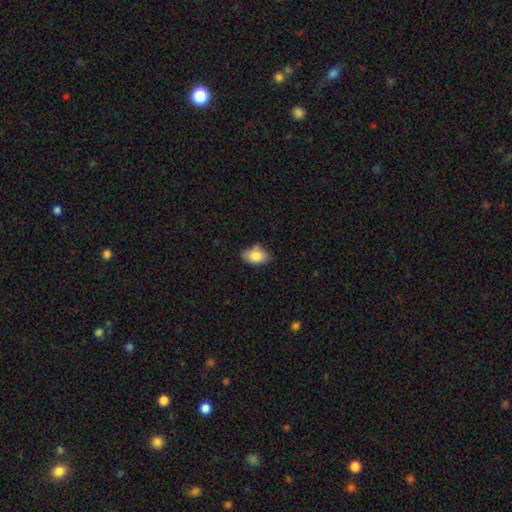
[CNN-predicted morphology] A smooth galaxy with no disk features (84%) that is in between round and cigar-shaped (89%).

Vote fractions:
- Smooth or featured? smooth: 84% / featured or disk: 9% / star or artifact: 8%
- How rounded? in between: 89% / round: 10% / cigar-shaped: 2%
- Merging? none: 69% / minor disturbance: 24% / major disturbance: 4% / merger: 3%